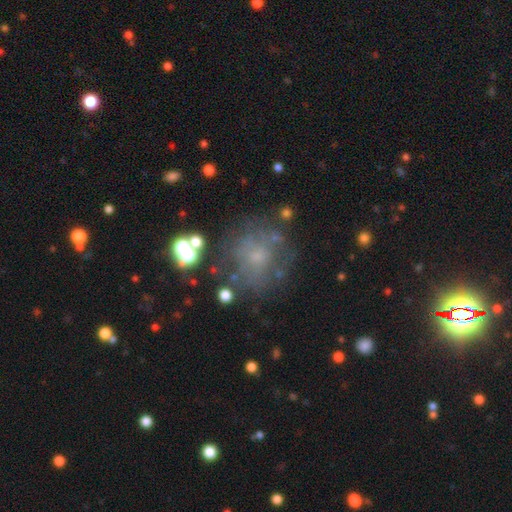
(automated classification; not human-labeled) This is marginally a smooth galaxy (44%). Merging: likely none (65%).